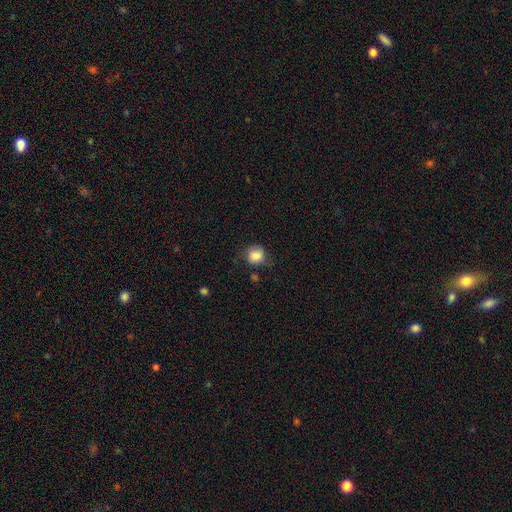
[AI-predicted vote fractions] This is clearly a smooth galaxy (83%). How rounded: clearly round (83%). Merging: likely none (63%).